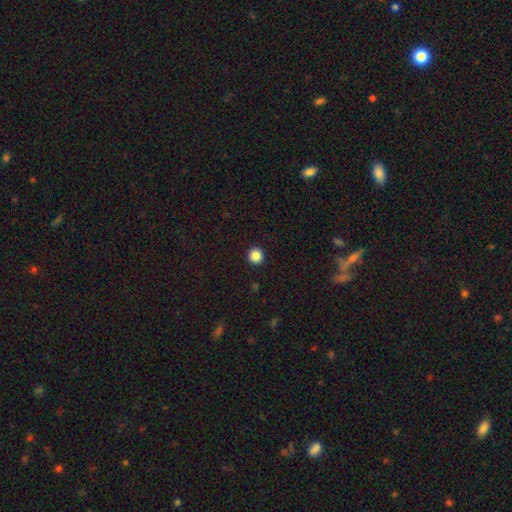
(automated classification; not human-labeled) A smooth galaxy with no disk features (87%) that is round (95%). Merging: none (94%).